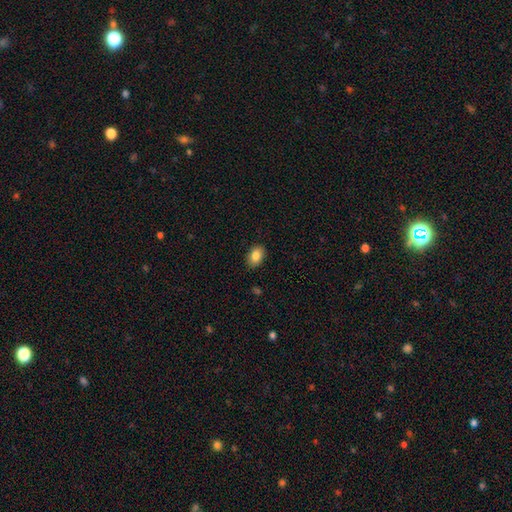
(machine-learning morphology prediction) A smooth galaxy with no disk features (85%) that is in between round and cigar-shaped (82%). Merging: none (88%).